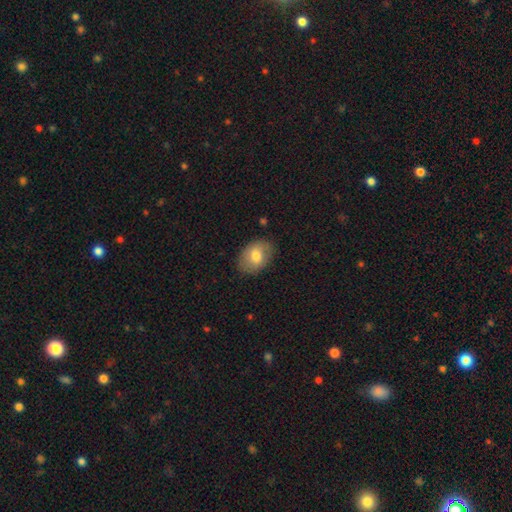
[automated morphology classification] Smooth or featured? Predicted: smooth (p=0.73). How rounded? Predicted: in between (p=0.78). Merging? Predicted: none (p=0.81).